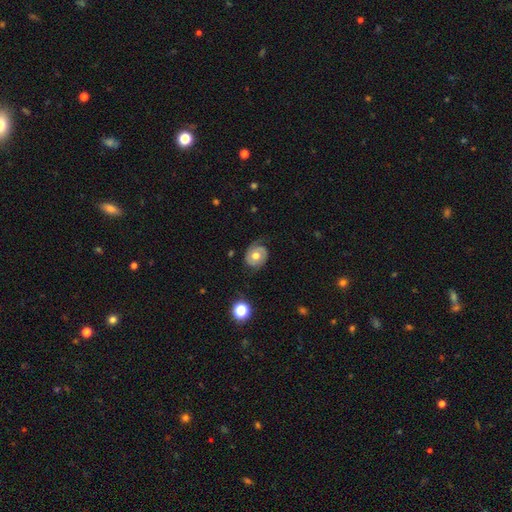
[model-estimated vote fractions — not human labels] A featured or disk galaxy (68%) with no bar (78%), 2 (72%) tight (53%) spiral arms (84%) and a moderate central bulge (78%).

Vote fractions:
- Smooth or featured? featured or disk: 68% / smooth: 25% / star or artifact: 7%
- Edge-on disk? no: 97% / yes: 3%
- Bar? no: 78% / weak: 17% / strong: 4%
- Spiral arms? yes: 84% / no: 16%
- Spiral winding? tight: 53% / medium: 33% / loose: 14%
- Spiral arm count? 2: 72% / 1: 15% / can't tell: 9% / 3: 2% / 4: 1% / more than 4: 1%
- Bulge size? moderate: 78% / large: 10% / small: 9% / dominant: 1% / none: 1%
- Merging? none: 71% / minor disturbance: 19% / major disturbance: 9% / merger: 1%